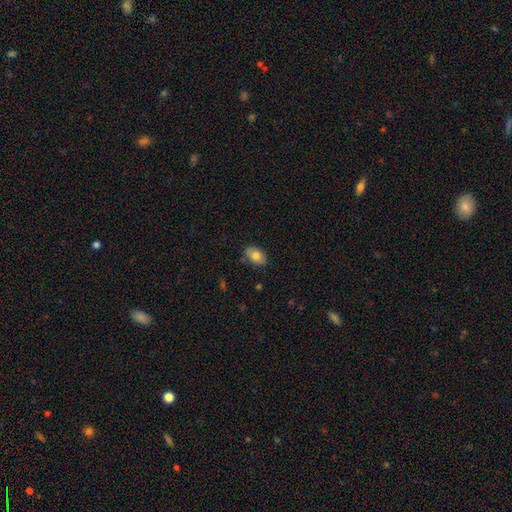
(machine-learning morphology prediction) smooth_or_featured: smooth (p=0.77) [alt: featured or disk p=0.15]
how_rounded: in between (p=0.88) [alt: round p=0.10]
merging: none (p=0.78) [alt: minor disturbance p=0.17]